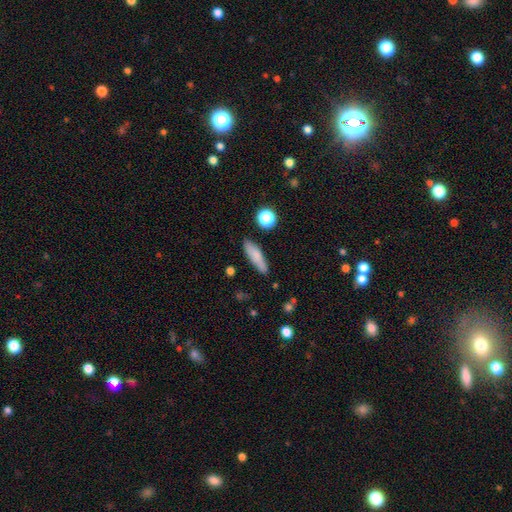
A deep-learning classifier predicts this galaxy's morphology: This appears to be a smooth galaxy with no disk features (78%) that is cigar-shaped (61%). Merging: none (79%).